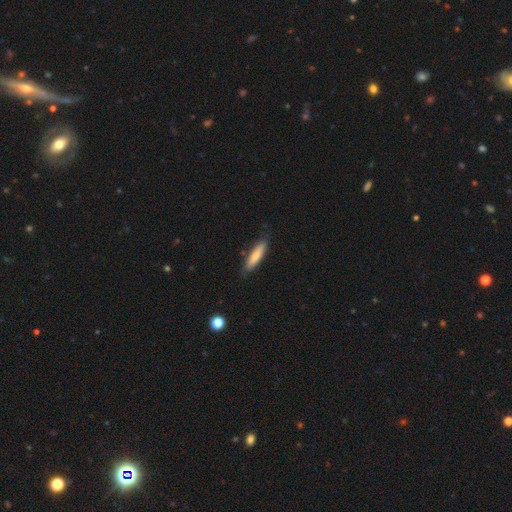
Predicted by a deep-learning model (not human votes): smooth-or-featured: smooth: 77% | featured or disk: 18% | star or artifact: 6%
  how-rounded: cigar-shaped: 78% | in between: 21% | round: 1%
  merging: none: 84% | minor disturbance: 12% | major disturbance: 2% | merger: 2%